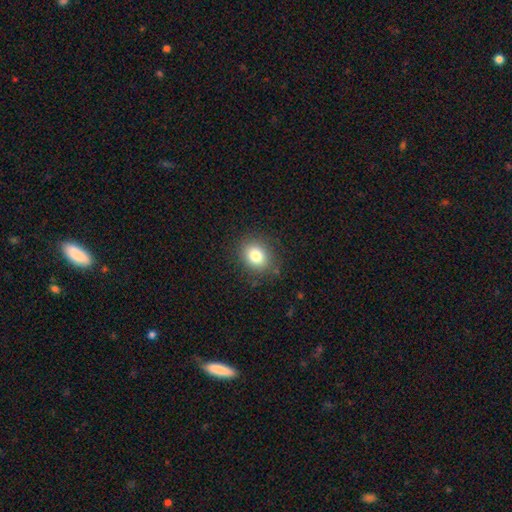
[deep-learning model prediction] Q: Smooth or featured?
A: smooth (81%); runner-up: star or artifact (11%)
Q: How rounded?
A: round (62%); runner-up: in between (37%)
Q: Merging?
A: none (85%); runner-up: minor disturbance (11%)